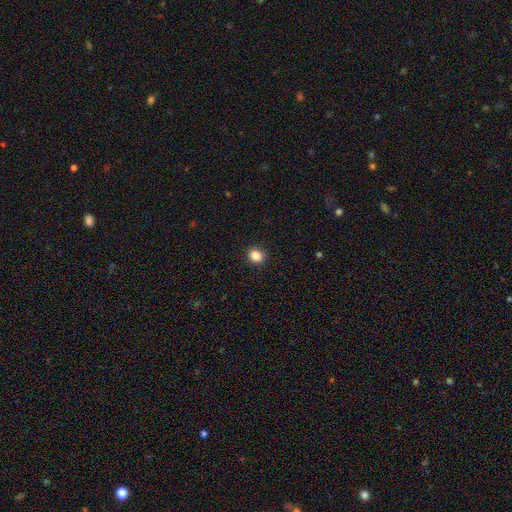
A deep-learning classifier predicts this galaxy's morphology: Q: Smooth or featured?
A: smooth (86%); runner-up: star or artifact (10%)
Q: How rounded?
A: round (63%); runner-up: in between (36%)
Q: Merging?
A: none (91%); runner-up: minor disturbance (6%)